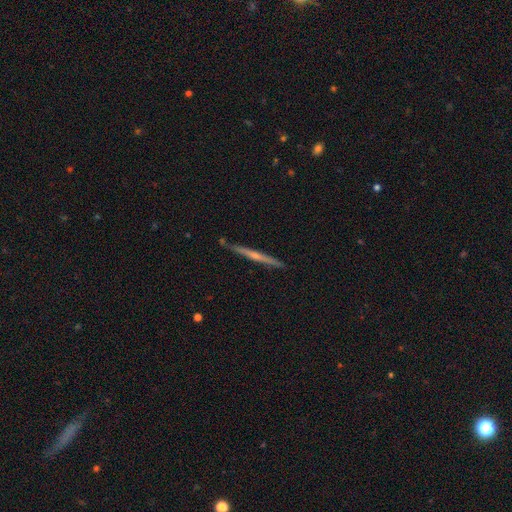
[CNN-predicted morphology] Smooth or featured? featured or disk (66%)
Edge-on disk? yes (98%)
Edge-on bulge? rounded (52%)
Merging? none (88%)